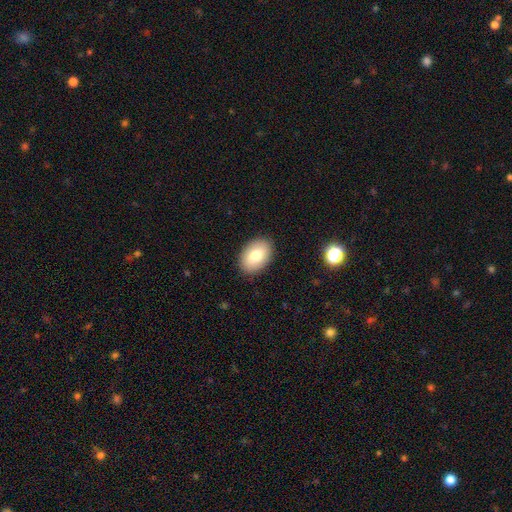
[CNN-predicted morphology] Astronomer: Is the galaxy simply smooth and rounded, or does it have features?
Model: smooth — 78%.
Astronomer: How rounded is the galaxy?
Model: in between — 87%.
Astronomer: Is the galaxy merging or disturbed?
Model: none — 89%.